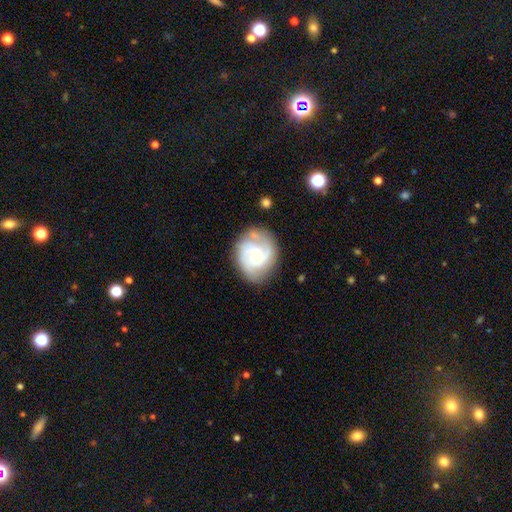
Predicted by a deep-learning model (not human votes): Overall: featured or disk (80%). Edge-on disk: no (98%). Bar: no (66%; weak 30%). Spiral arms: yes (95%). Spiral arm count: 2 (42%; 3 30%). Spiral winding: tight (46%; medium 43%). Bulge size: small (62%; moderate 33%). Merging: none (73%).